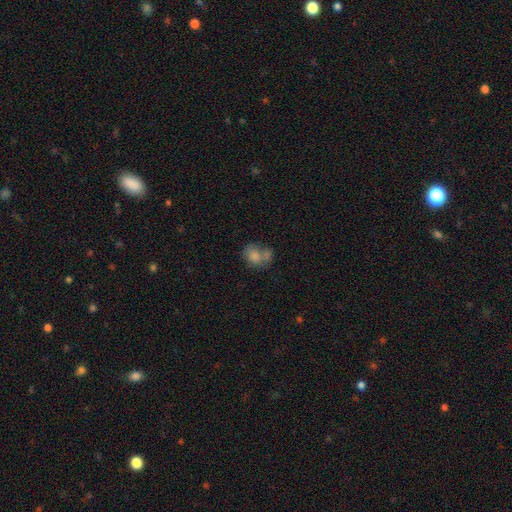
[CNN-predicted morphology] Smooth or featured?
  - smooth: 78% *
  - featured or disk: 13%
  - star or artifact: 9%
How rounded?
  - in between: 52% *
  - round: 47%
  - cigar-shaped: 1%
Merging?
  - merger: 46% *
  - none: 31%
  - minor disturbance: 15%
  - major disturbance: 9%